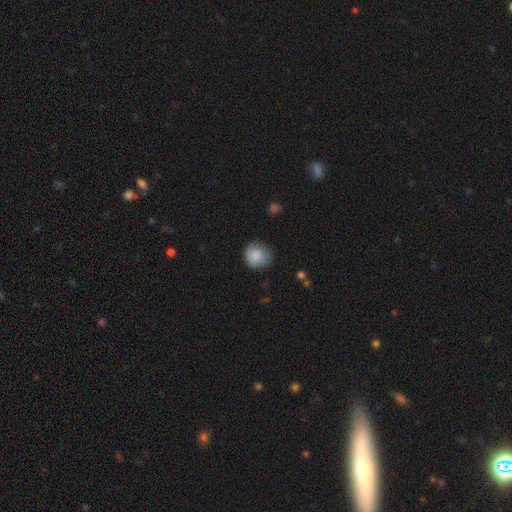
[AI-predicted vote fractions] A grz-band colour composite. It shows a smooth galaxy with no disk features (83%) that is round (85%). Merging: none (75%).